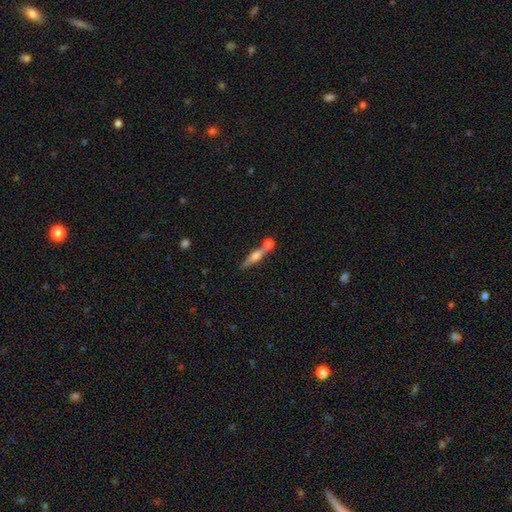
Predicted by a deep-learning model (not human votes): smooth_or_featured: featured or disk (p=0.56) [alt: smooth p=0.36]
disk_edge_on: yes (p=0.91) [alt: no p=0.09]
edge_on_bulge: rounded (p=0.86) [alt: boxy p=0.09]
merging: none (p=0.52) [alt: merger p=0.34]